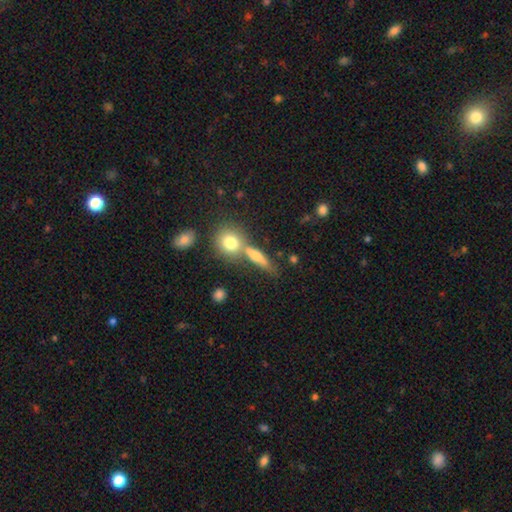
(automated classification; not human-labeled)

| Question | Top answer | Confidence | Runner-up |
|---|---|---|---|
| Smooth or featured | smooth | 65% | featured or disk (24%) |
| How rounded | cigar-shaped | 46% | in between (33%) |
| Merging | none | 54% | merger (28%) |